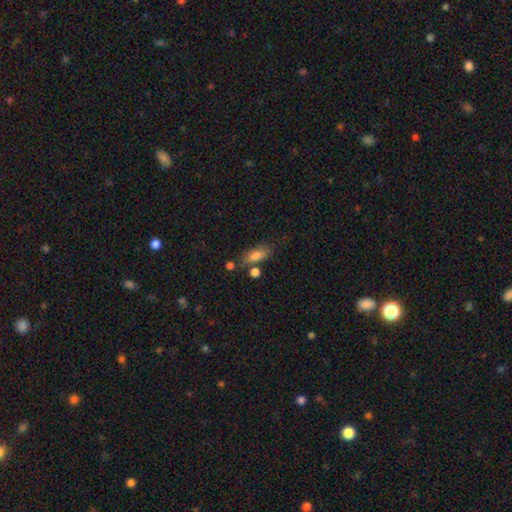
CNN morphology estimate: smooth_or_featured: smooth (p=0.77) [alt: featured or disk p=0.14]
how_rounded: in between (p=0.76) [alt: cigar-shaped p=0.19]
merging: none (p=0.60) [alt: minor disturbance p=0.20]